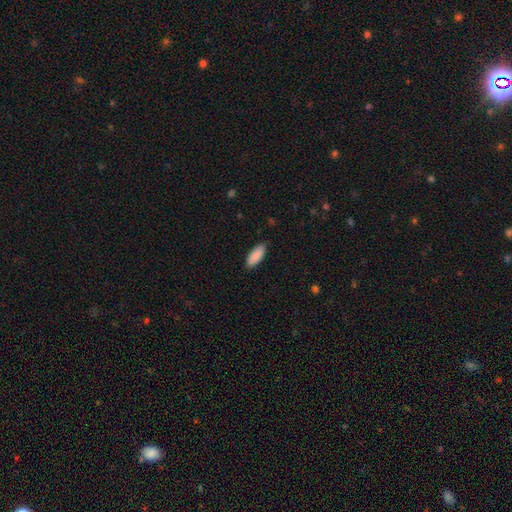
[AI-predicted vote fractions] Overall: smooth (90%). How rounded: in between (79%). Merging: none (88%).